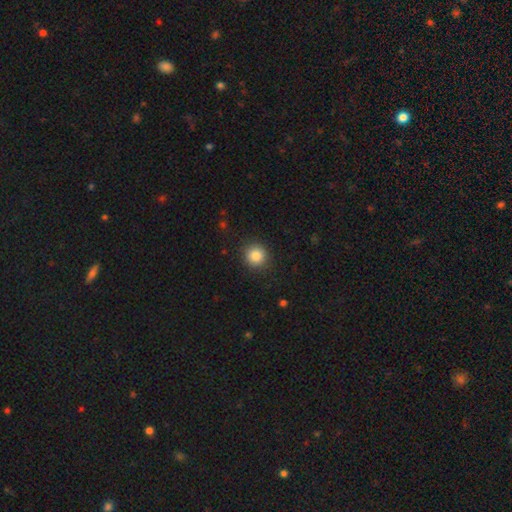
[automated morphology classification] The model was most divided on "smooth or featured": smooth: 85%, star or artifact: 10%, featured or disk: 5%. More confident: how rounded — round (92%); merging — none (90%).